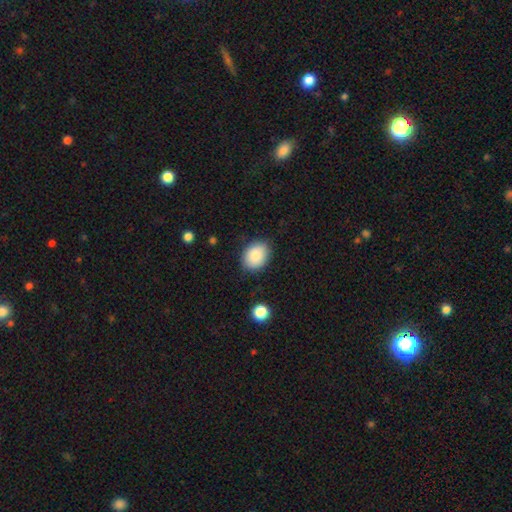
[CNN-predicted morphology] Overall: smooth (87%). How rounded: in between (63%; round 36%). Merging: none (82%).